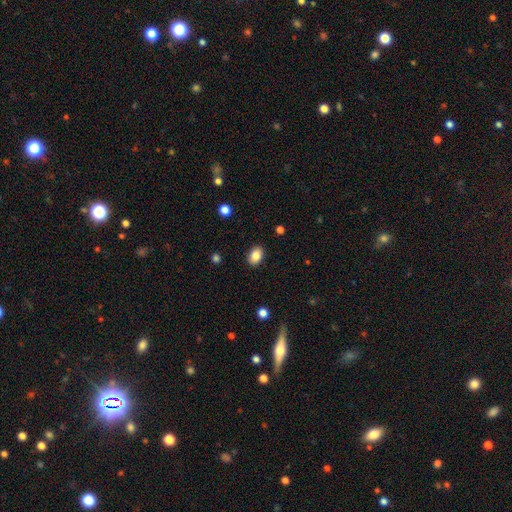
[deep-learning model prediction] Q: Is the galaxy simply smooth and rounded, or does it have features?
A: smooth — 86%.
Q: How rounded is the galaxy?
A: in between — 78%.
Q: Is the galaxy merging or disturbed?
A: none — 89%.